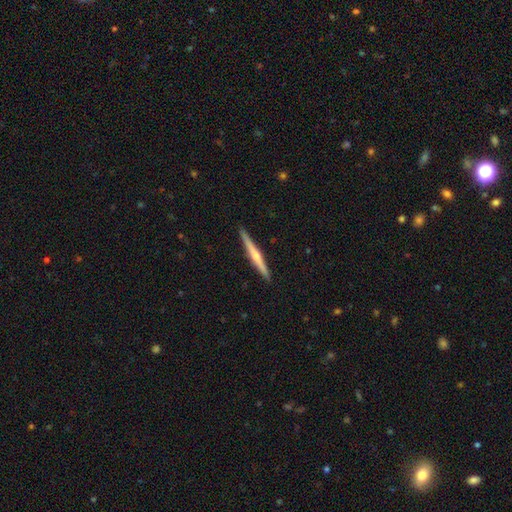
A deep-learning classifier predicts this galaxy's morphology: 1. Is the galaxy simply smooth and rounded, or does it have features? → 63% featured or disk, 32% smooth, 5% star or artifact.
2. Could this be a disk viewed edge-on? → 98% yes, 2% no.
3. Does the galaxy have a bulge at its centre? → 73% rounded, 21% none, 5% boxy.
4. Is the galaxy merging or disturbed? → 92% none, 6% minor disturbance, 1% major disturbance, 1% merger.